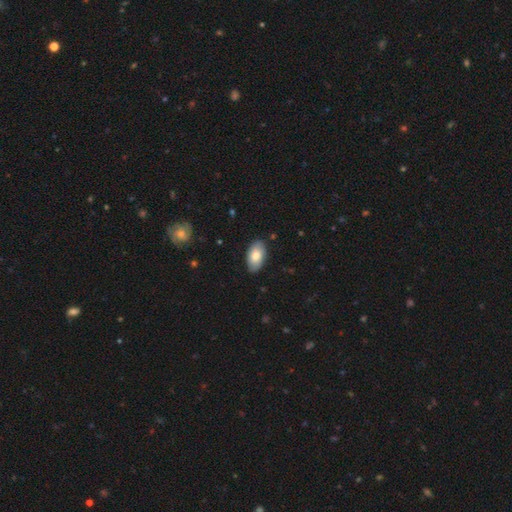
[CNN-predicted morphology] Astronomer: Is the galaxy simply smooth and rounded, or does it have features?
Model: smooth — 75%.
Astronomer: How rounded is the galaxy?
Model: in between — 95%.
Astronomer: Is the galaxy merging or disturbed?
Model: none — 84%.